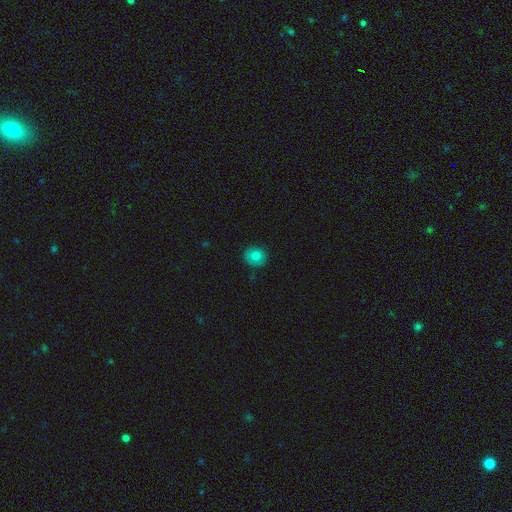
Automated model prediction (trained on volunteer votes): smooth_or_featured: smooth (p=0.70) [alt: featured or disk p=0.20]
how_rounded: round (p=0.87) [alt: in between p=0.12]
merging: none (p=0.86) [alt: minor disturbance p=0.11]